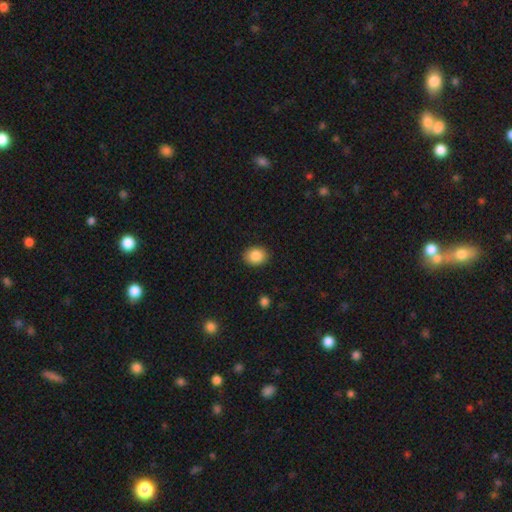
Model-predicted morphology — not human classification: Smooth or featured? smooth (87%)
How rounded? round (53%)
Merging? none (90%)